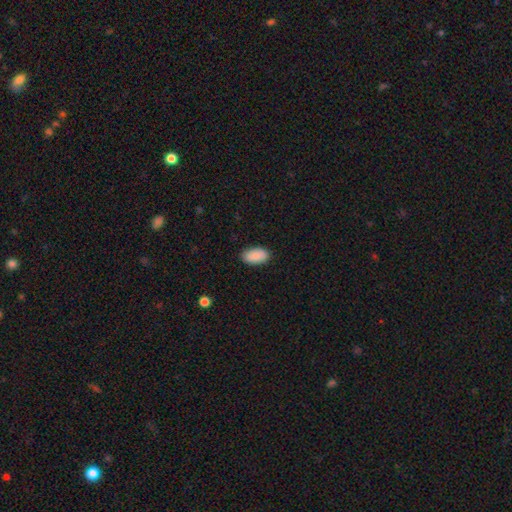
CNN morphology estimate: Smooth or featured? Predicted: smooth (p=0.89). How rounded? Predicted: in between (p=0.95). Merging? Predicted: none (p=0.88).